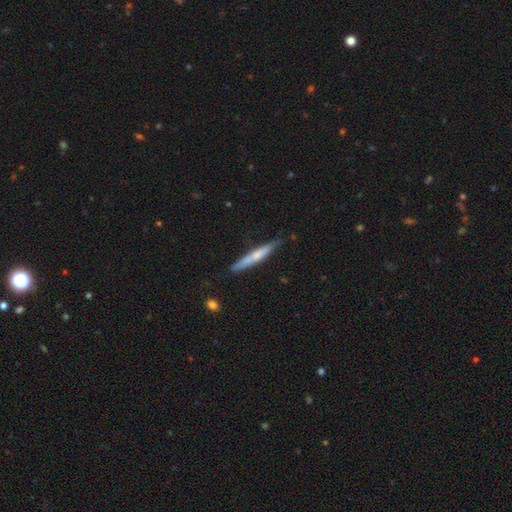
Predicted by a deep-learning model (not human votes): Smooth or featured: smooth — 49% (featured or disk — 46%)
Merging: none — 79% (minor disturbance — 16%)